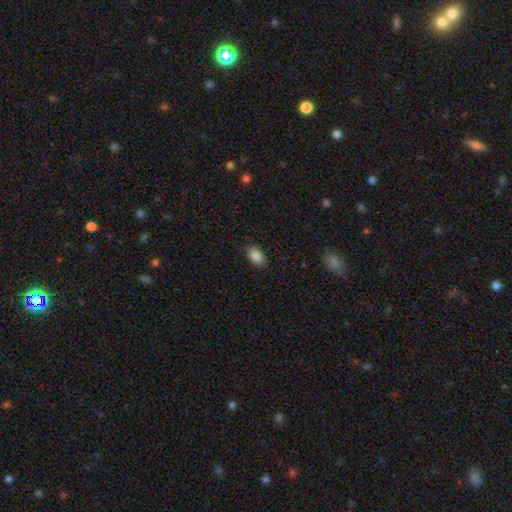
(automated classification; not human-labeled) A smooth galaxy with no disk features (88%) that is in between round and cigar-shaped (91%). Merging: none (84%).